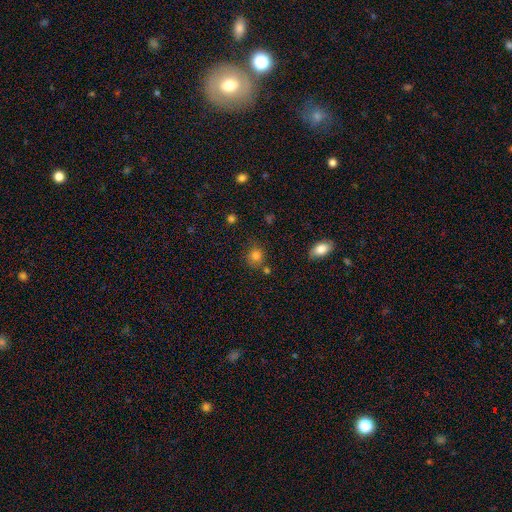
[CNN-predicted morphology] Smooth or featured?
  - smooth: 81% *
  - star or artifact: 12%
  - featured or disk: 7%
How rounded?
  - round: 83% *
  - in between: 16%
  - cigar-shaped: 1%
Merging?
  - none: 73% *
  - minor disturbance: 13%
  - merger: 10%
  - major disturbance: 4%